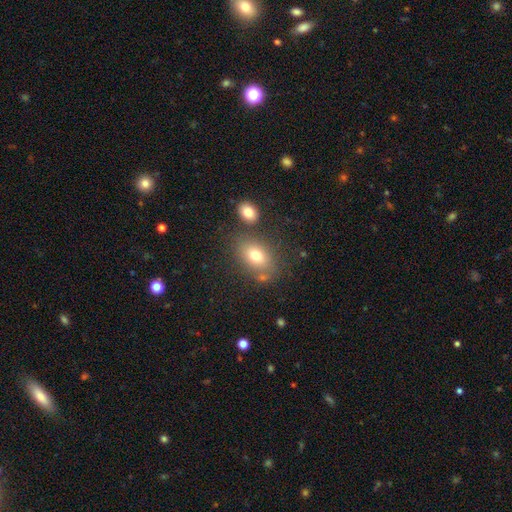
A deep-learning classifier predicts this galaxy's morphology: Smooth or featured? smooth (75%)
How rounded? in between (80%)
Merging? none (68%)